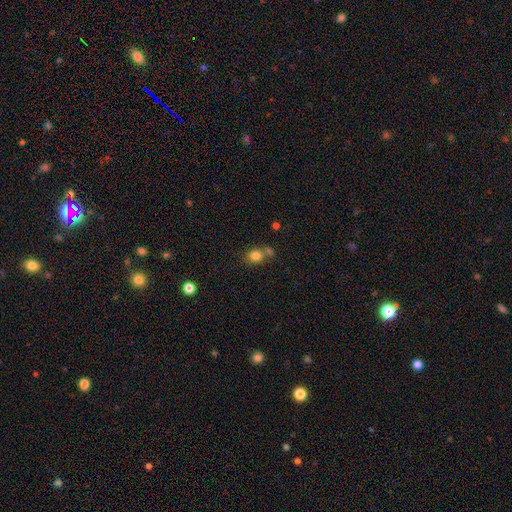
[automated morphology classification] smooth 80%, star or artifact 11%, featured or disk 8%. Down the decision tree: how rounded — round (69%); merging — none (56%).